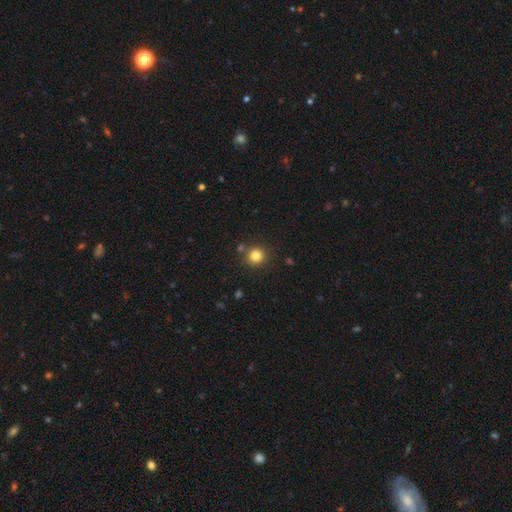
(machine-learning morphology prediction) This appears to be a smooth galaxy with no disk features (82%) that is round (92%). Merging: none (84%).